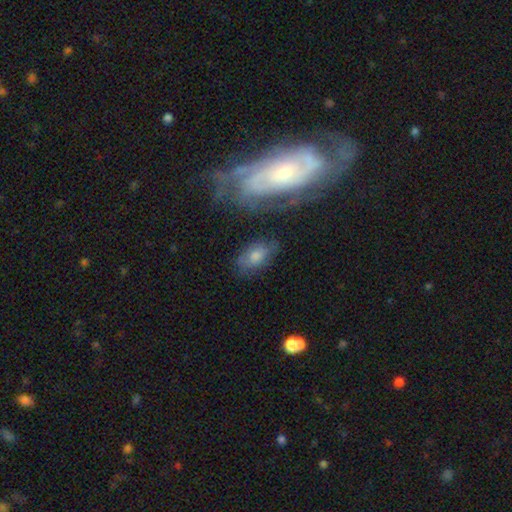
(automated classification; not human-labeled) A smooth galaxy with no disk features (54%) that is in between round and cigar-shaped (86%).

Vote fractions:
- Smooth or featured? smooth: 54% / featured or disk: 35% / star or artifact: 10%
- How rounded? in between: 86% / round: 10% / cigar-shaped: 3%
- Merging? none: 68% / minor disturbance: 18% / major disturbance: 8% / merger: 6%